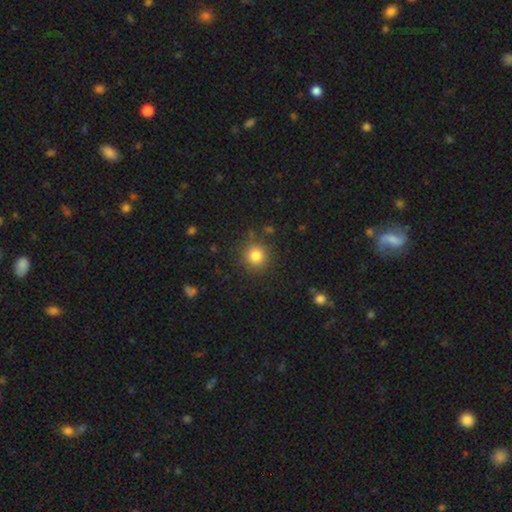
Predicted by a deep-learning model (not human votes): A smooth galaxy with no disk features (82%) that is round (93%). Merging: none (87%).